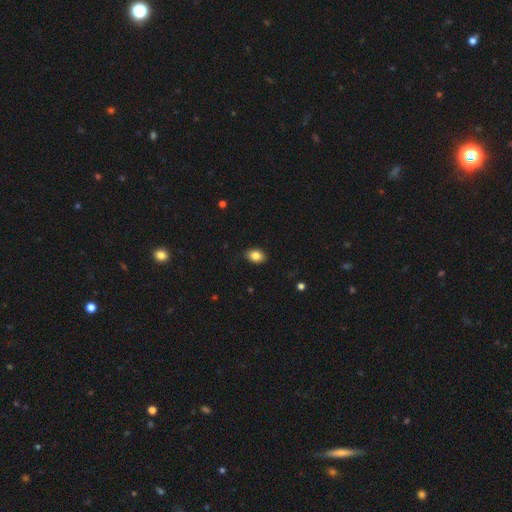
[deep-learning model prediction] Smooth or featured: smooth — 85% (star or artifact — 8%)
How rounded: in between — 82% (round — 17%)
Merging: none — 87% (minor disturbance — 10%)